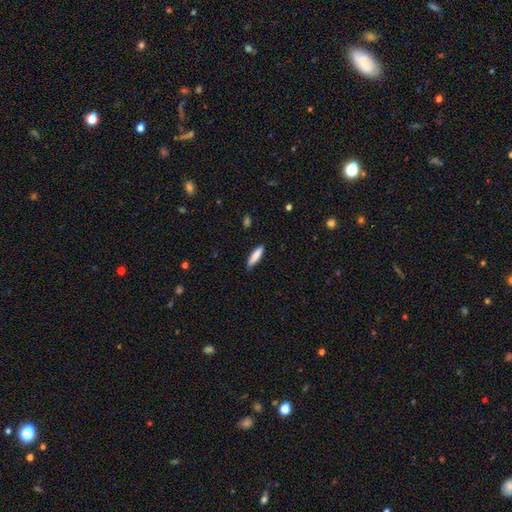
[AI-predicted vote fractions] Overall: smooth (84%). How rounded: cigar-shaped (75%). Merging: none (87%).